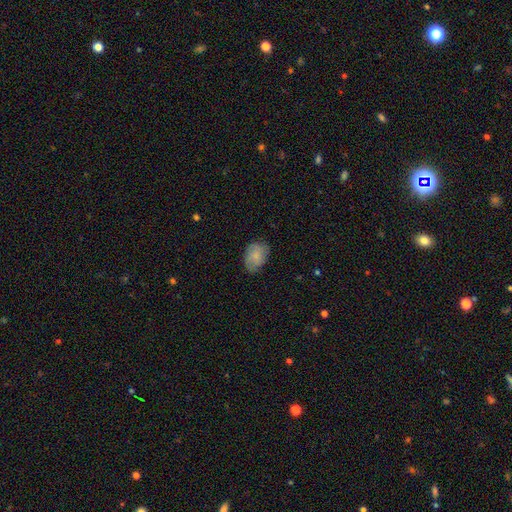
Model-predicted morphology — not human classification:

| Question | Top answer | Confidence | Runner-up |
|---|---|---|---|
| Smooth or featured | smooth | 70% | featured or disk (23%) |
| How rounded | in between | 75% | round (24%) |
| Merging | none | 69% | minor disturbance (24%) |